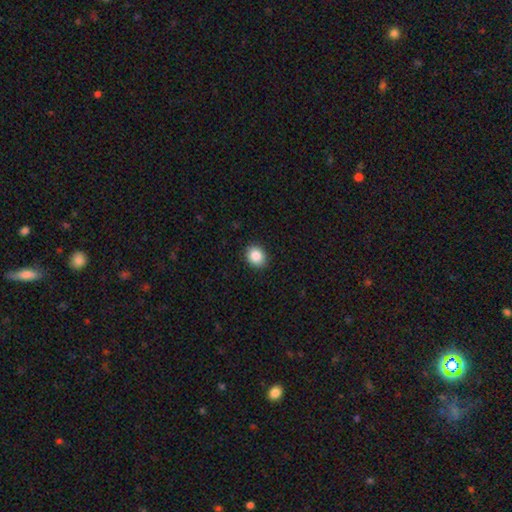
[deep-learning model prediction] Morphology: type=smooth (87%); roundness=round (61%); merging=none (90%).